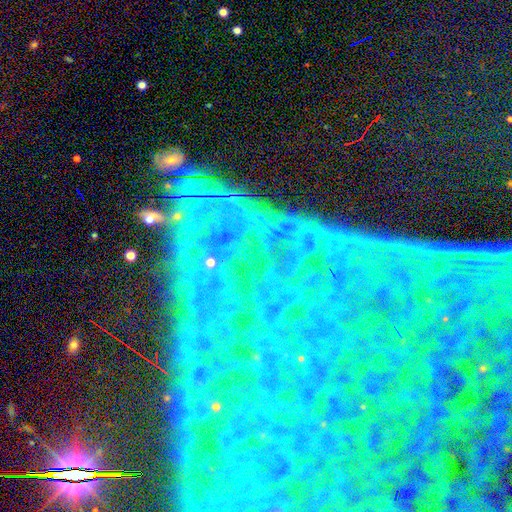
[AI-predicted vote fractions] Smooth or featured? Predicted: star or artifact (p=0.85).